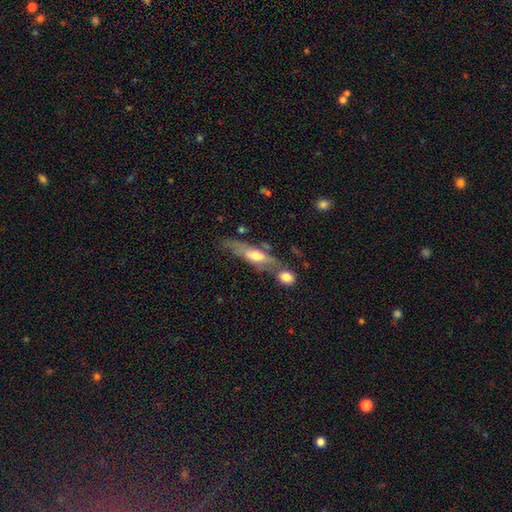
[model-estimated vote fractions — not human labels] smooth-or-featured: featured or disk: 53% | smooth: 40% | star or artifact: 7%
  disk-edge-on: yes: 66% | no: 34%
  merging: none: 46% | minor disturbance: 21% | merger: 21% | major disturbance: 12%